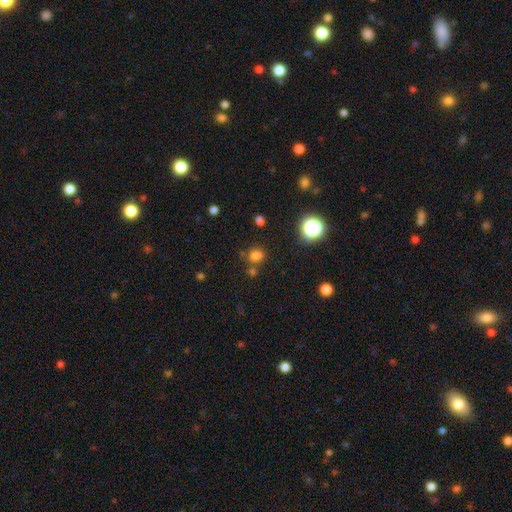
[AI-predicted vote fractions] Smooth or featured? Predicted: smooth (p=0.65). How rounded? Predicted: round (p=0.69). Merging? Predicted: none (p=0.60).